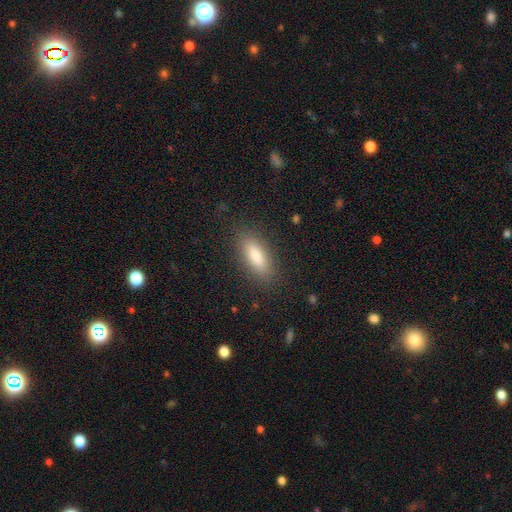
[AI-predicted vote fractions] Smooth or featured: smooth — 82% (featured or disk — 11%)
How rounded: in between — 70% (cigar-shaped — 28%)
Merging: none — 86% (minor disturbance — 10%)